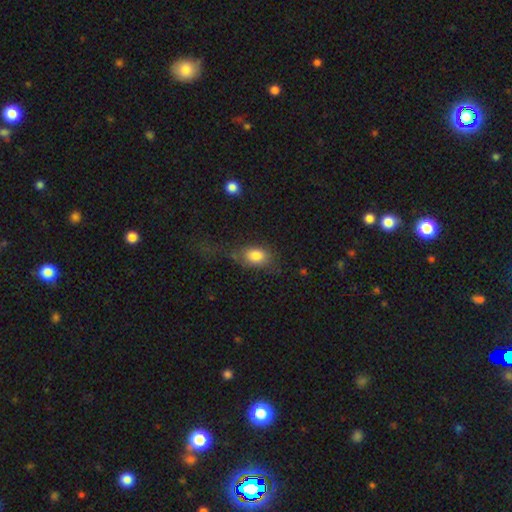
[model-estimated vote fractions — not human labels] smooth 79%, featured or disk 13%, star or artifact 8%. Down the decision tree: how rounded — in between (81%); merging — none (42%).